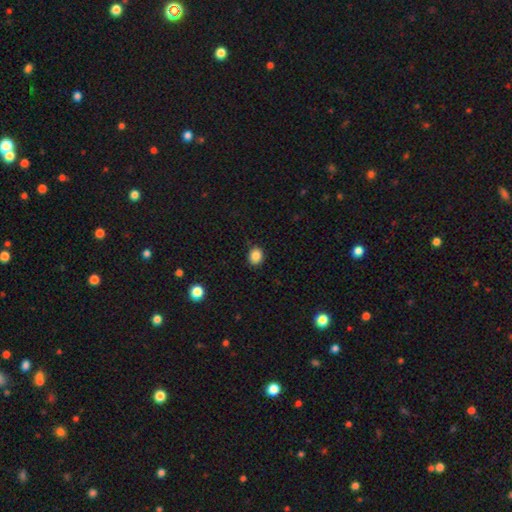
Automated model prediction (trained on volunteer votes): Q: Smooth or featured?
A: smooth (86%); runner-up: star or artifact (10%)
Q: How rounded?
A: round (67%); runner-up: in between (32%)
Q: Merging?
A: none (89%); runner-up: minor disturbance (8%)